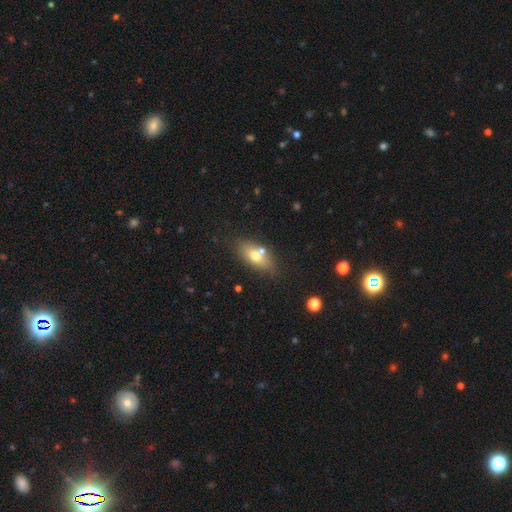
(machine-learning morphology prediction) smooth_or_featured: smooth (p=0.68) [alt: featured or disk p=0.22]
how_rounded: in between (p=0.82) [alt: round p=0.09]
merging: none (p=0.65) [alt: merger p=0.17]